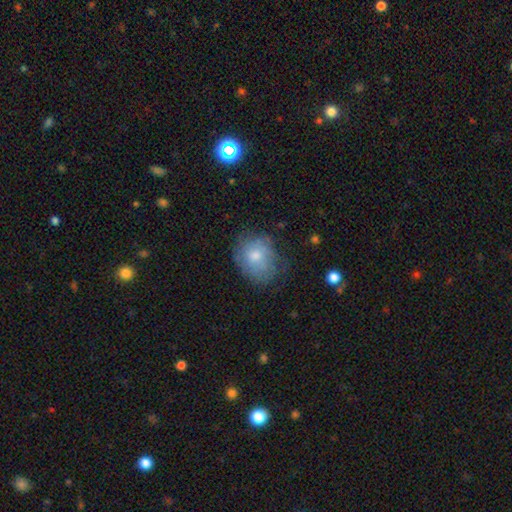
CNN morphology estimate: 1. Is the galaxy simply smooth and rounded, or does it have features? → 66% smooth, 24% featured or disk, 10% star or artifact.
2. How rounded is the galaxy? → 60% round, 39% in between, 1% cigar-shaped.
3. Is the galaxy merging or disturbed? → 61% none, 27% minor disturbance, 10% major disturbance, 2% merger.